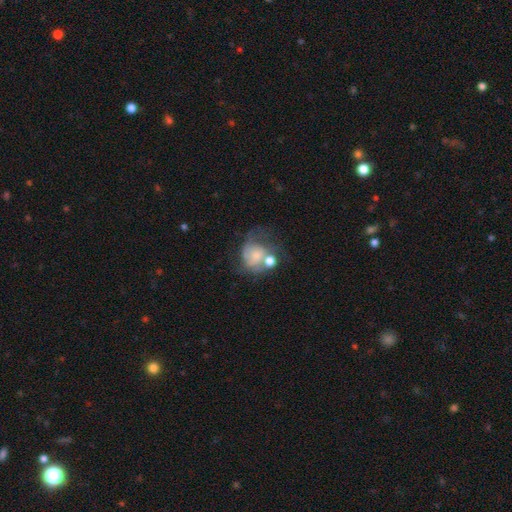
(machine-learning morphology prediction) featured or disk 48%, smooth 42%, star or artifact 10%. Down the decision tree: merging — major disturbance (30%).